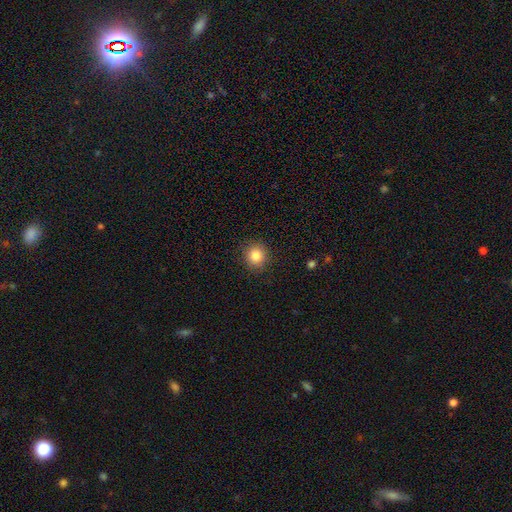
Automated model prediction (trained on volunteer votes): Smooth or featured?
  - smooth: 84% *
  - star or artifact: 10%
  - featured or disk: 5%
How rounded?
  - round: 89% *
  - in between: 10%
  - cigar-shaped: 1%
Merging?
  - none: 89% *
  - minor disturbance: 7%
  - major disturbance: 2%
  - merger: 1%